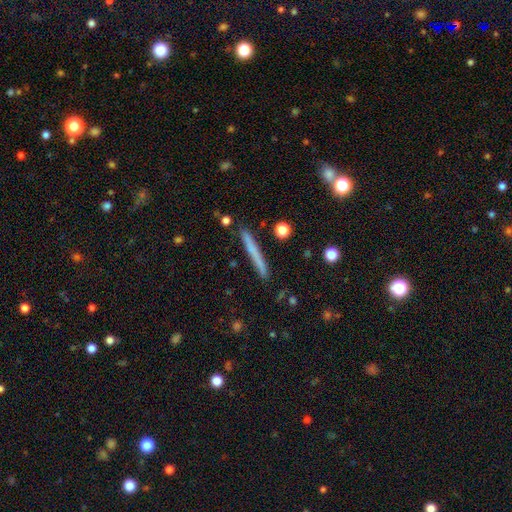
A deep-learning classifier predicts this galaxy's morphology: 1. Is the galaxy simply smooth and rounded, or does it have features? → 50% smooth, 38% featured or disk, 11% star or artifact.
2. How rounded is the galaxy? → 94% cigar-shaped, 3% in between, 3% round.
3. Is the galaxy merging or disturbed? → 87% none, 8% minor disturbance, 2% merger, 2% major disturbance.